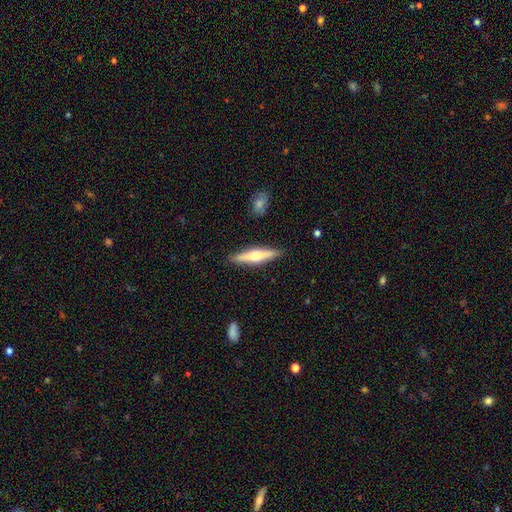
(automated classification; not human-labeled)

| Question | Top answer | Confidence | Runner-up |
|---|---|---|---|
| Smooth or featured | featured or disk | 51% | smooth (43%) |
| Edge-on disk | yes | 95% | no (5%) |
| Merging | none | 89% | minor disturbance (8%) |